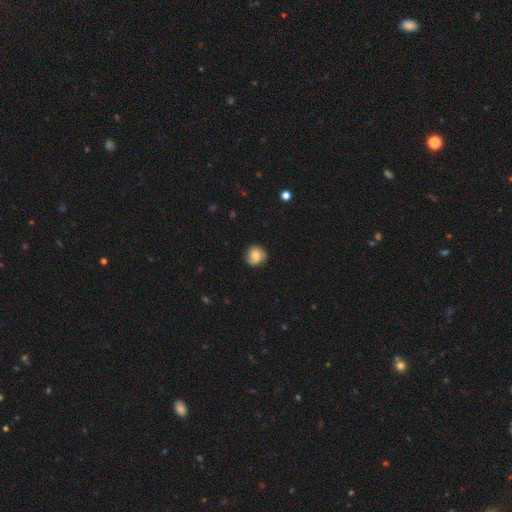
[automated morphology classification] Smooth or featured?
  - smooth: 57% *
  - featured or disk: 35%
  - star or artifact: 8%
How rounded?
  - round: 83% *
  - in between: 16%
  - cigar-shaped: 1%
Merging?
  - none: 75% *
  - minor disturbance: 19%
  - major disturbance: 5%
  - merger: 1%